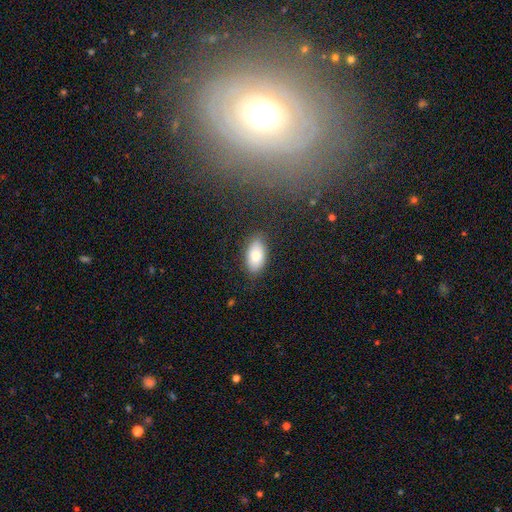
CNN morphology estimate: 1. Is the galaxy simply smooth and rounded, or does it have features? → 78% smooth, 14% featured or disk, 7% star or artifact.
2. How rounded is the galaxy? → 93% in between, 4% round, 3% cigar-shaped.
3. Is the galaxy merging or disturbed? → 83% none, 12% minor disturbance, 3% major disturbance, 2% merger.